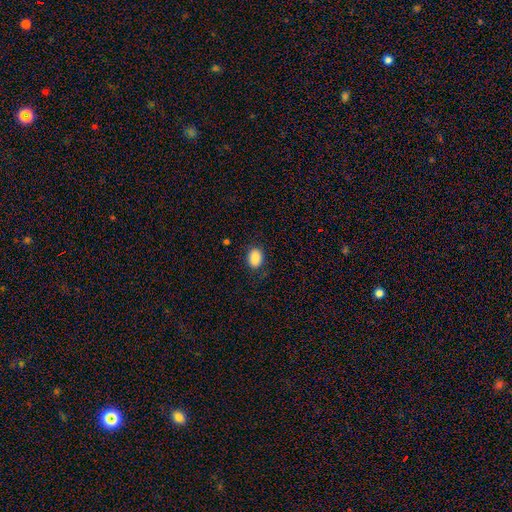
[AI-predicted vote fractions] A smooth galaxy with no disk features (89%) that is in between round and cigar-shaped (71%).

Vote fractions:
- Smooth or featured? smooth: 89% / star or artifact: 8% / featured or disk: 3%
- How rounded? in between: 71% / round: 28% / cigar-shaped: 1%
- Merging? none: 85% / minor disturbance: 11% / major disturbance: 3% / merger: 1%